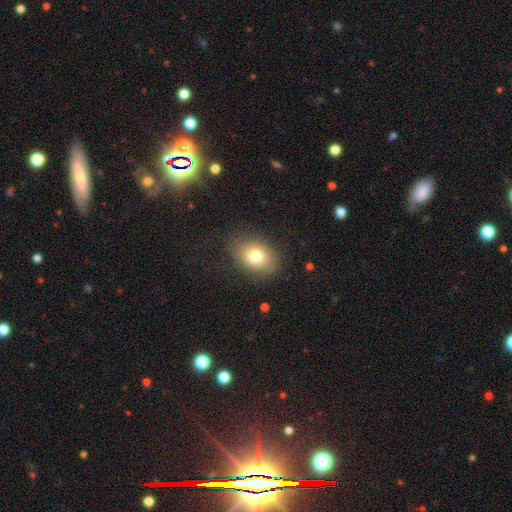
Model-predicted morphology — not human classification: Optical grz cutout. It shows a smooth galaxy with no disk features (77%) that is in between round and cigar-shaped (74%). Merging: none (79%).